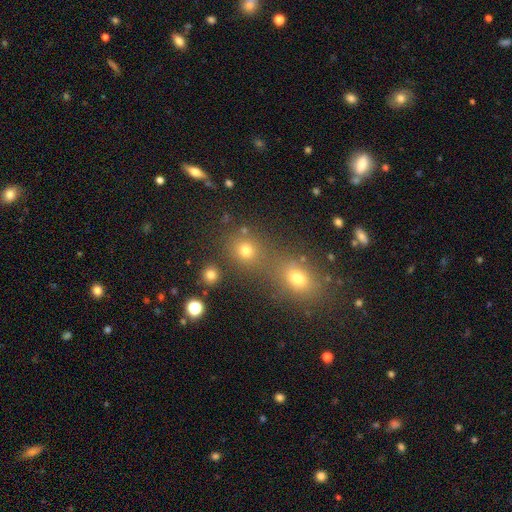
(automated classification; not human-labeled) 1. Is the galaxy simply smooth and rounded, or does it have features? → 52% smooth, 37% star or artifact, 12% featured or disk.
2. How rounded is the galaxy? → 72% round, 25% in between, 3% cigar-shaped.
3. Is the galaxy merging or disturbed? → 53% none, 33% merger, 8% minor disturbance, 5% major disturbance.